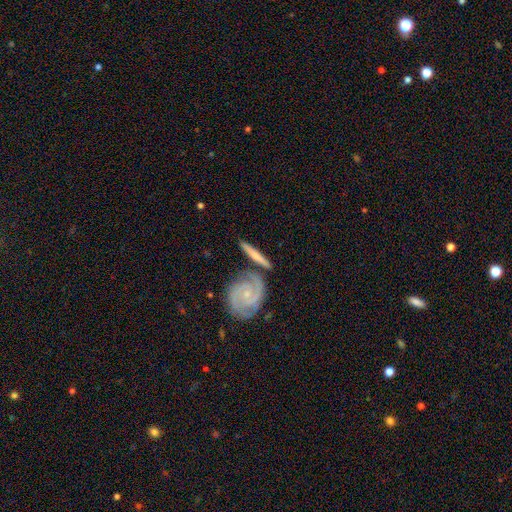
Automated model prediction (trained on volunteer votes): Overall: featured or disk (63%; smooth 32%). Edge-on disk: yes (53%; no 47%). Merging: none (71%).